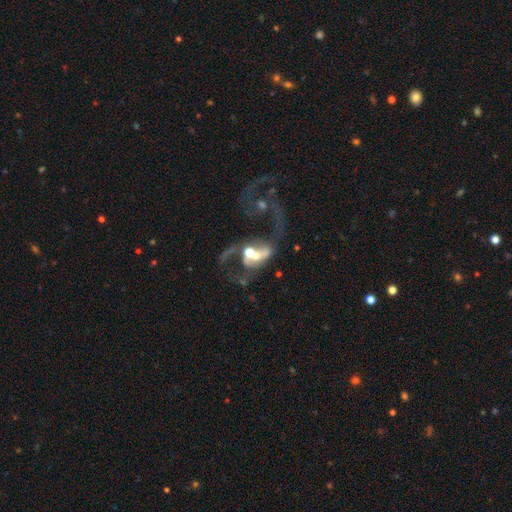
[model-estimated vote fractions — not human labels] smooth-or-featured: featured or disk: 71% | smooth: 19% | star or artifact: 10%
  disk-edge-on: no: 97% | yes: 3%
    bar: no: 64% | weak: 24% | strong: 12%
    has-spiral-arms: yes: 70% | no: 30%
    bulge-size: moderate: 52% | large: 20% | small: 17% | none: 7% | dominant: 4%
  merging: merger: 63% | major disturbance: 19% | none: 12% | minor disturbance: 6%